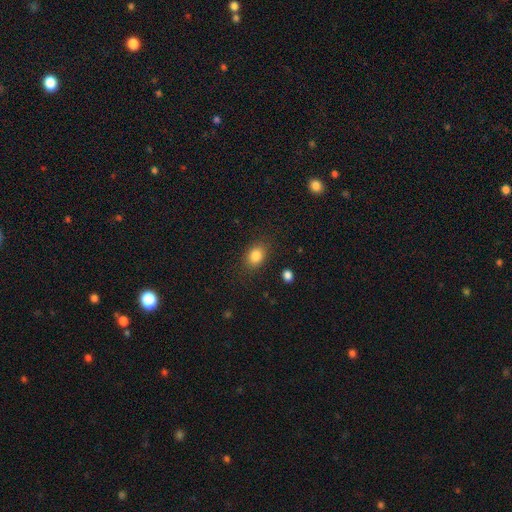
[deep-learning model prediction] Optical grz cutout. It shows a smooth galaxy with no disk features (84%) that is in between round and cigar-shaped (61%). Merging: none (84%).